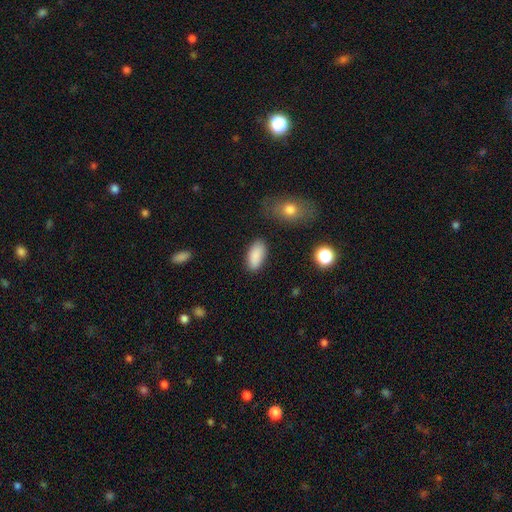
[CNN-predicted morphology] type=smooth (89%); roundness=in between (91%); merging=none (84%).